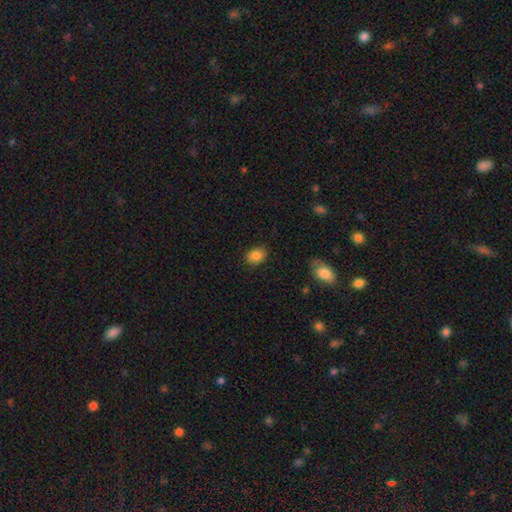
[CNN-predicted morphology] This is clearly a smooth galaxy (86%). How rounded: likely in between (62%). Merging: clearly none (86%).